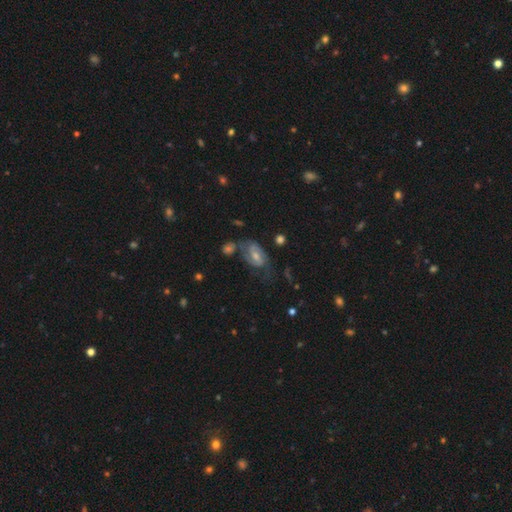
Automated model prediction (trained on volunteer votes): The model was most divided on "spiral winding": medium: 44%, tight: 33%, loose: 23%. Remaining: edge-on disk — no (96%); spiral arms — yes (86%); spiral arm count — 2 (71%); smooth or featured — featured or disk (68%); bulge size — moderate (52%); bar — weak (50%); merging — none (42%).